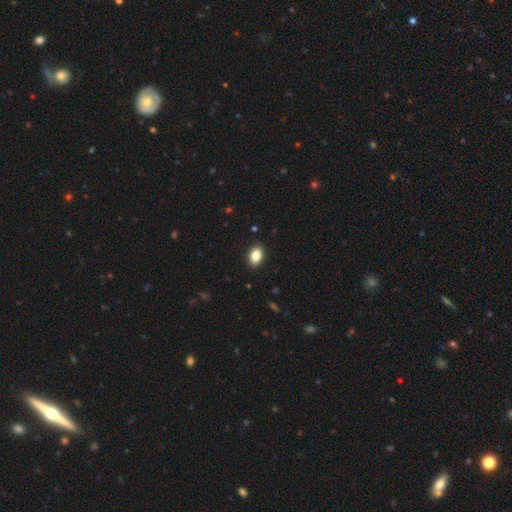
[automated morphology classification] Smooth or featured?
  - smooth: 85% *
  - star or artifact: 8%
  - featured or disk: 7%
How rounded?
  - in between: 87% *
  - round: 11%
  - cigar-shaped: 1%
Merging?
  - none: 90% *
  - minor disturbance: 8%
  - major disturbance: 2%
  - merger: 1%